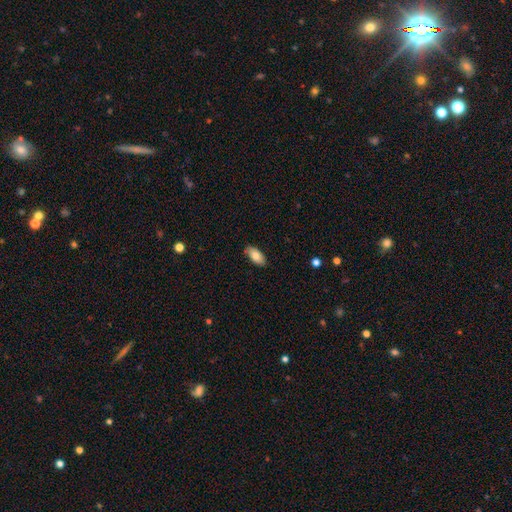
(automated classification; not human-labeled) This is likely a smooth galaxy (80%). How rounded: clearly in between (92%). Merging: clearly none (85%).